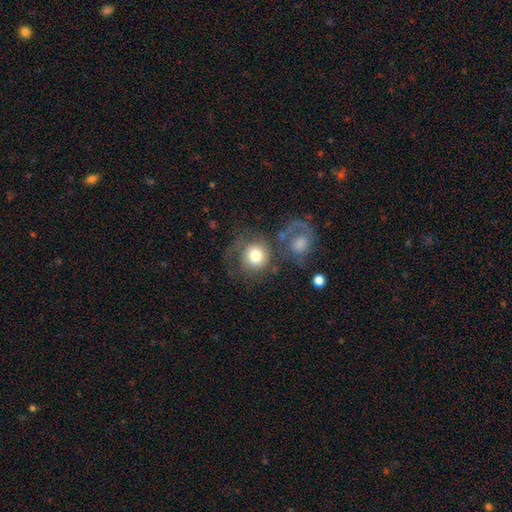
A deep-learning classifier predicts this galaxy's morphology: Smooth or featured?
  - smooth: 64% *
  - featured or disk: 28%
  - star or artifact: 8%
How rounded?
  - round: 86% *
  - in between: 13%
  - cigar-shaped: 1%
Merging?
  - none: 45% *
  - major disturbance: 21%
  - merger: 18%
  - minor disturbance: 16%